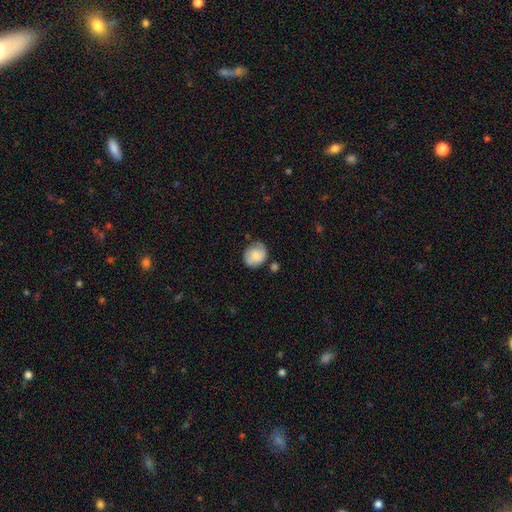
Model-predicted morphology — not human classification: Smooth or featured? smooth (77%)
How rounded? round (64%)
Merging? none (66%)